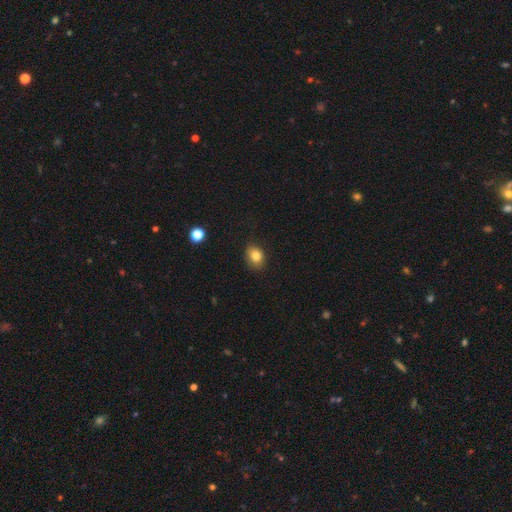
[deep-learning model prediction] A smooth galaxy with no disk features (83%) that is in between round and cigar-shaped (57%).

Vote fractions:
- Smooth or featured? smooth: 83% / star or artifact: 11% / featured or disk: 7%
- How rounded? in between: 57% / round: 42% / cigar-shaped: 1%
- Merging? none: 82% / minor disturbance: 14% / major disturbance: 3% / merger: 1%